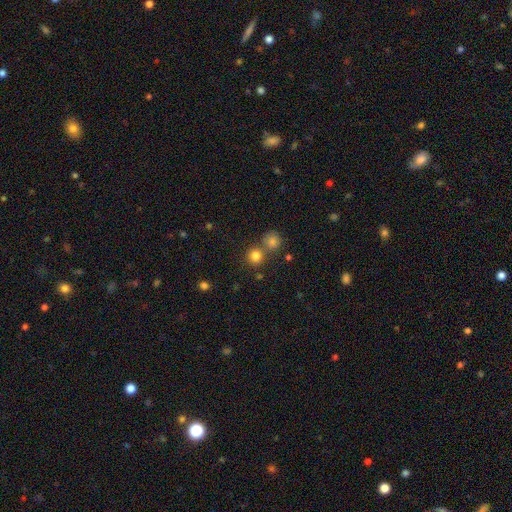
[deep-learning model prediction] Q: Smooth or featured?
A: smooth (80%); runner-up: star or artifact (14%)
Q: How rounded?
A: round (91%); runner-up: in between (8%)
Q: Merging?
A: none (65%); runner-up: merger (25%)